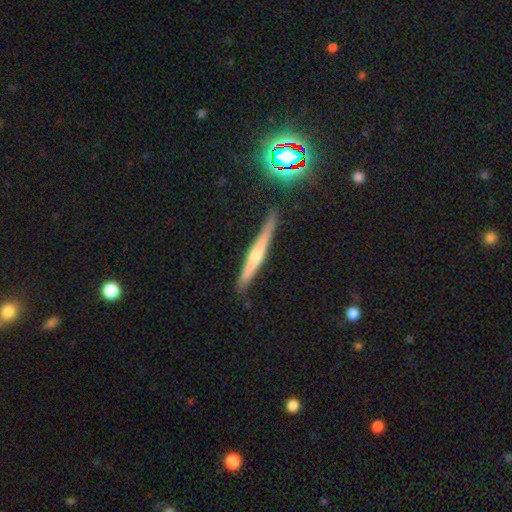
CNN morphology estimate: Smooth or featured? featured or disk (58%)
Edge-on disk? yes (96%)
Edge-on bulge? rounded (71%)
Merging? none (85%)